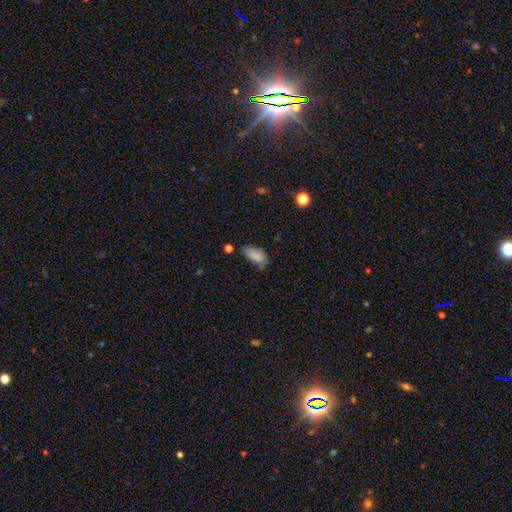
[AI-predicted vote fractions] This appears to be a smooth galaxy with no disk features (84%) that is in between round and cigar-shaped (92%). Merging: none (52%).